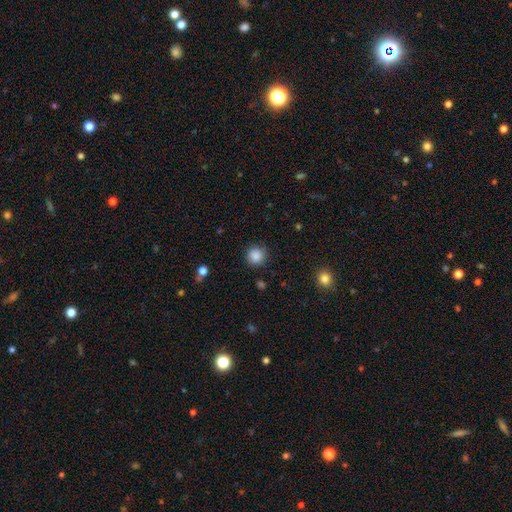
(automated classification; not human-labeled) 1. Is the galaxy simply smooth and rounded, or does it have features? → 86% smooth, 10% star or artifact, 4% featured or disk.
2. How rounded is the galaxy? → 92% round, 7% in between, 1% cigar-shaped.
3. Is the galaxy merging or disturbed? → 85% none, 11% minor disturbance, 3% major disturbance, 1% merger.